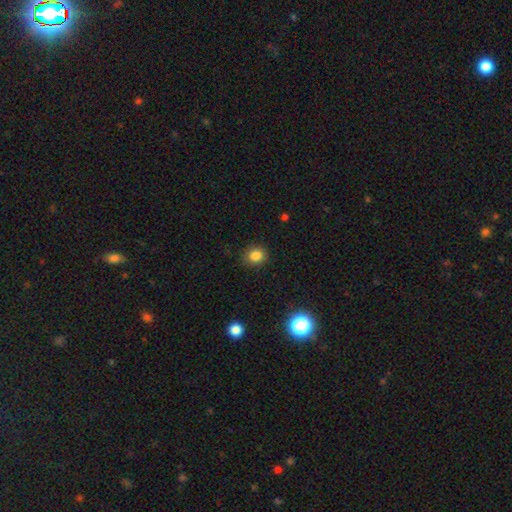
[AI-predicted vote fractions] Q: Smooth or featured?
A: smooth (83%); runner-up: star or artifact (12%)
Q: How rounded?
A: round (77%); runner-up: in between (22%)
Q: Merging?
A: none (87%); runner-up: minor disturbance (9%)